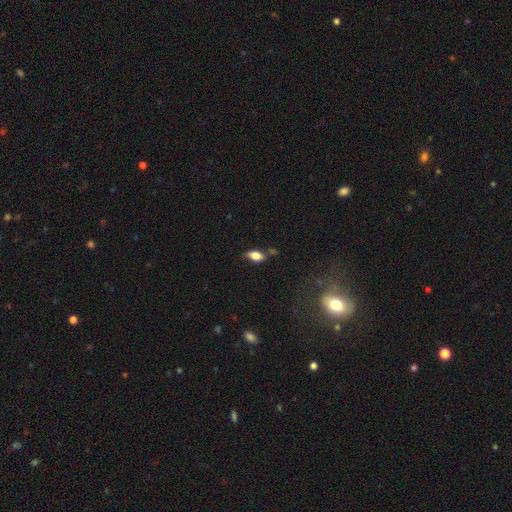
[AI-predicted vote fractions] Smooth or featured? smooth (77%)
How rounded? in between (87%)
Merging? none (59%)